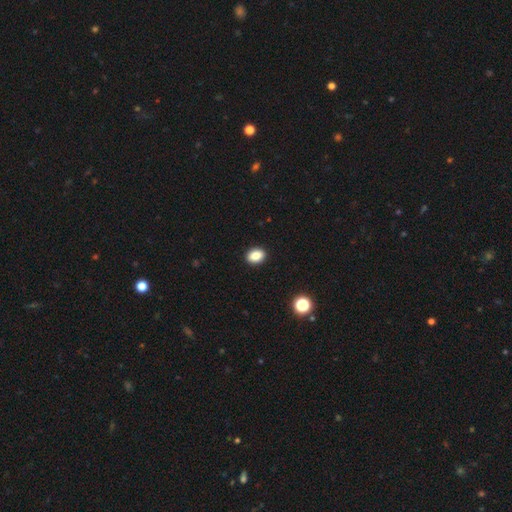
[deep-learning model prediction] Smooth or featured? smooth (86%)
How rounded? in between (71%)
Merging? none (92%)